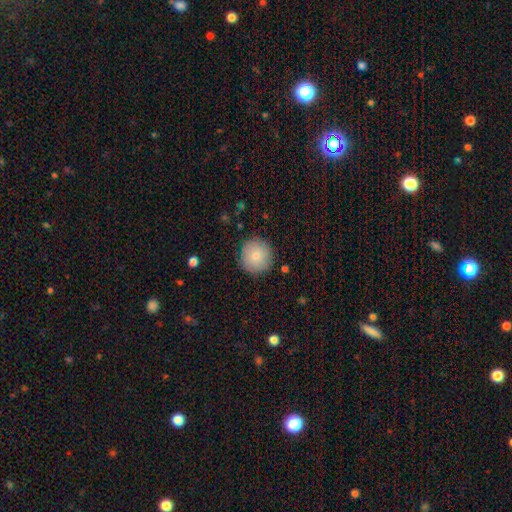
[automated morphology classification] This is clearly a smooth galaxy (81%). How rounded: clearly round (95%). Merging: clearly none (88%).